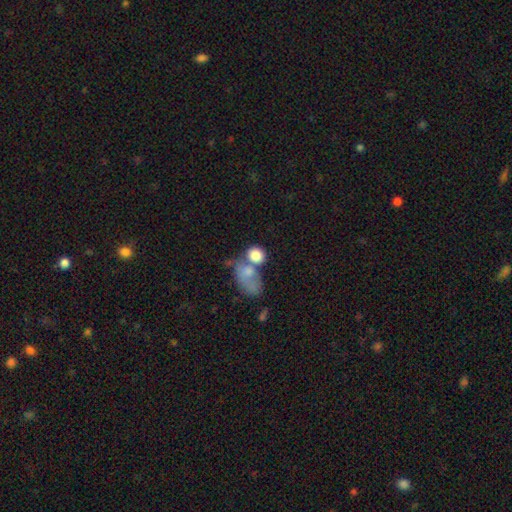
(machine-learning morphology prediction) smooth_or_featured: smooth (p=0.81) [alt: featured or disk p=0.11]
how_rounded: round (p=0.58) [alt: in between p=0.40]
merging: merger (p=0.44) [alt: none p=0.36]